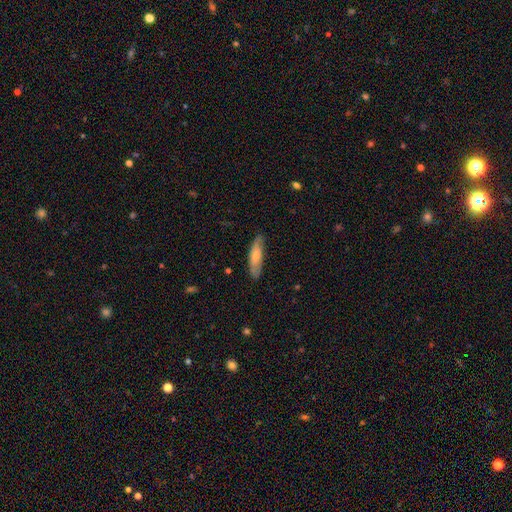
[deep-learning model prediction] Smooth or featured: smooth — 70% (featured or disk — 25%)
How rounded: cigar-shaped — 59% (in between — 39%)
Merging: none — 80% (minor disturbance — 16%)